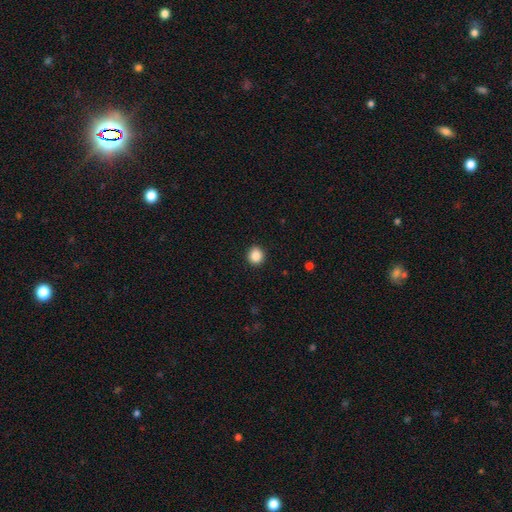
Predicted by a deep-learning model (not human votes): A smooth galaxy with no disk features (88%) that is round (88%). Merging: none (92%).